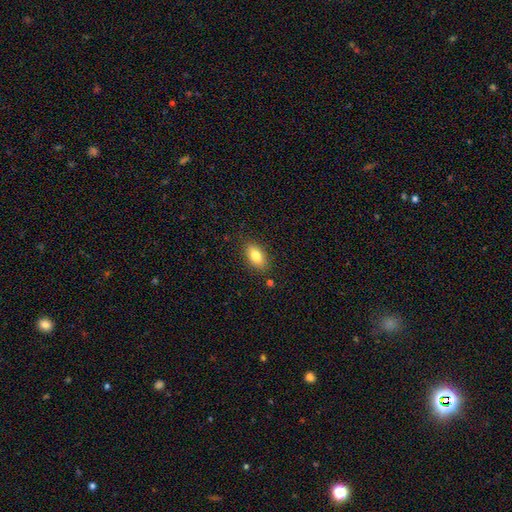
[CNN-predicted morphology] Smooth or featured?
  - smooth: 81% *
  - featured or disk: 11%
  - star or artifact: 8%
How rounded?
  - in between: 88% *
  - round: 6%
  - cigar-shaped: 6%
Merging?
  - none: 85% *
  - minor disturbance: 11%
  - major disturbance: 3%
  - merger: 2%